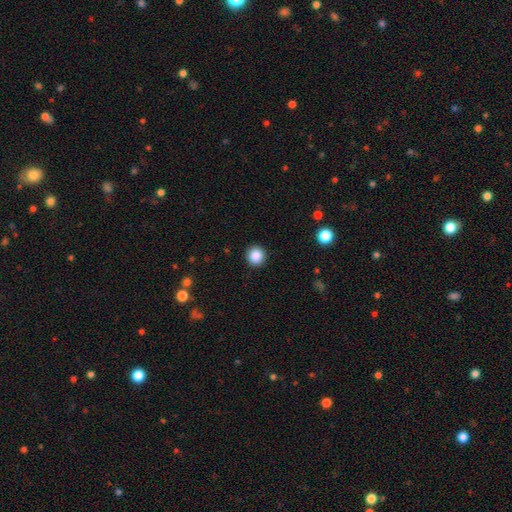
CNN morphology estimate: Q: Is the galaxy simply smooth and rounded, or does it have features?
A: smooth — 87%.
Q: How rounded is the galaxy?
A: round — 92%.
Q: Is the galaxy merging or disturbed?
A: none — 92%.